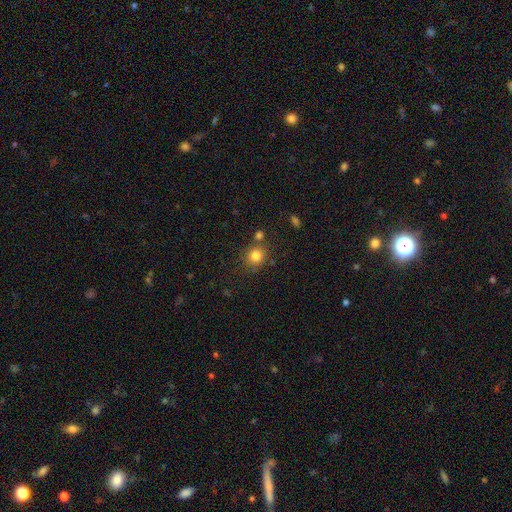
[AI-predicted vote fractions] Q: Smooth or featured?
A: smooth (81%); runner-up: star or artifact (12%)
Q: How rounded?
A: round (83%); runner-up: in between (16%)
Q: Merging?
A: none (73%); runner-up: merger (12%)